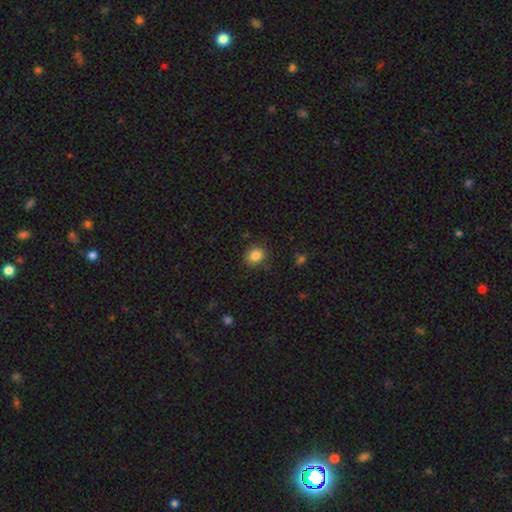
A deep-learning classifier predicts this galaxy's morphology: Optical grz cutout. It shows a smooth galaxy with no disk features (85%) that is round (66%). Merging: none (83%).